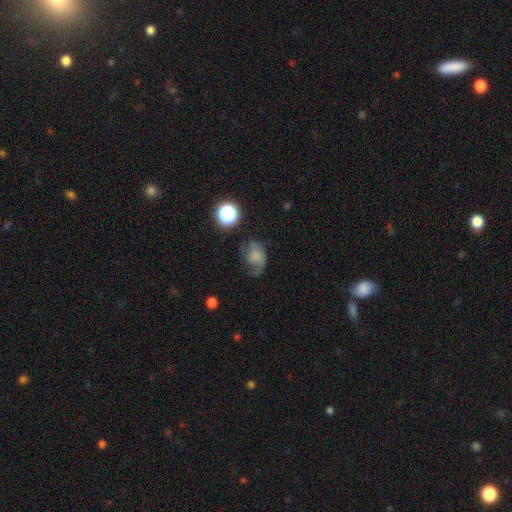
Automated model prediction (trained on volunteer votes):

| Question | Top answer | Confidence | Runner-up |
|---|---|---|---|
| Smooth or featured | smooth | 52% | featured or disk (35%) |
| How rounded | in between | 52% | round (47%) |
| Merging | none | 44% | minor disturbance (30%) |